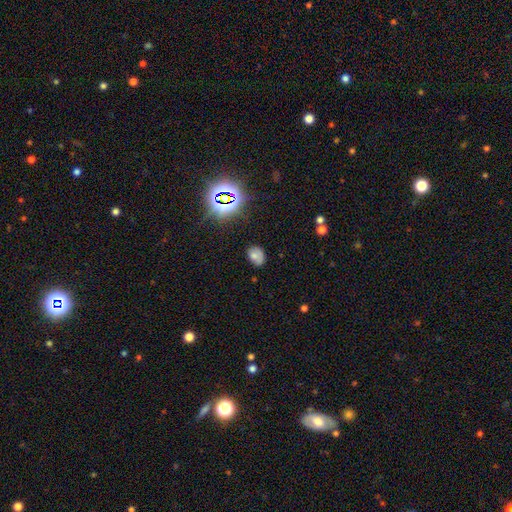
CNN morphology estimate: type=smooth (65%); roundness=in between (68%); merging=none (59%).